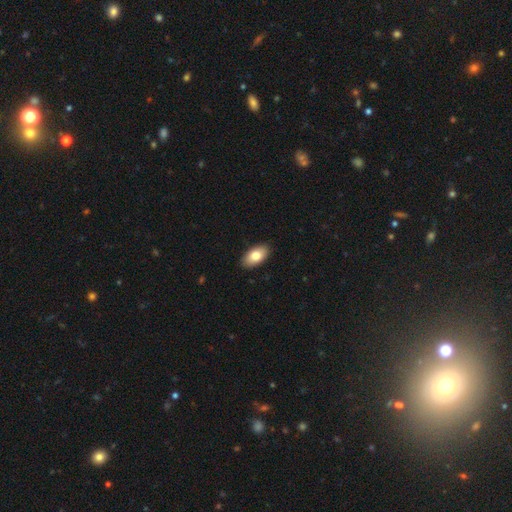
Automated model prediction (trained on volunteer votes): The model was most divided on "smooth or featured": smooth: 81%, featured or disk: 12%, star or artifact: 6%. More confident: how rounded — in between (94%); merging — none (90%).